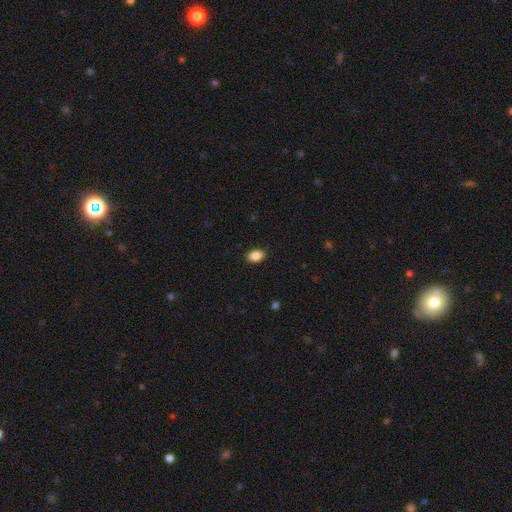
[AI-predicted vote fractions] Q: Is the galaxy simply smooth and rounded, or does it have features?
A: smooth — 88%.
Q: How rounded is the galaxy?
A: in between — 80%.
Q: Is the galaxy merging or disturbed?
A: none — 87%.